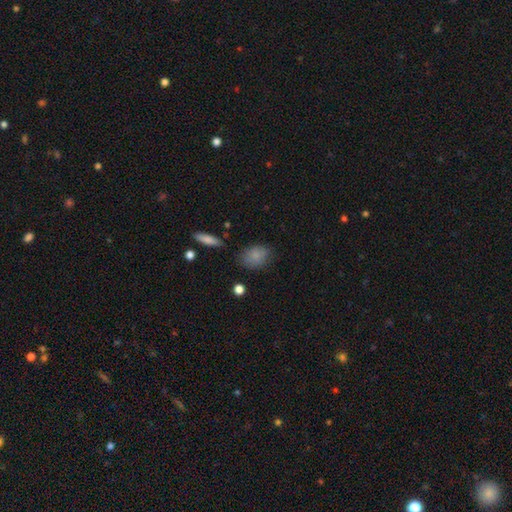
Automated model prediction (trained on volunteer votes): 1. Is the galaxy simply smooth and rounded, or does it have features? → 83% smooth, 8% star or artifact, 8% featured or disk.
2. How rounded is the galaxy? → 72% in between, 26% round, 2% cigar-shaped.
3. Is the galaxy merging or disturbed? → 71% none, 21% minor disturbance, 5% major disturbance, 3% merger.